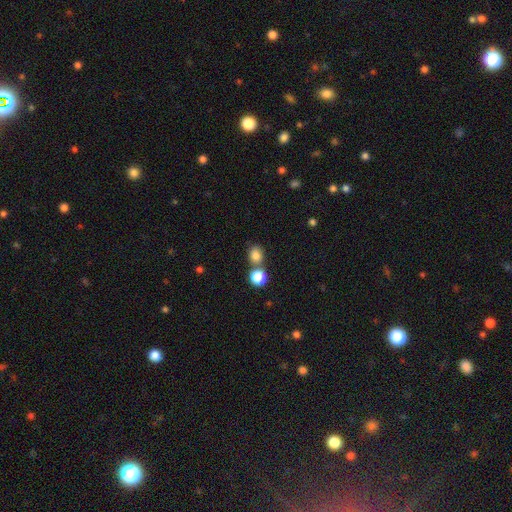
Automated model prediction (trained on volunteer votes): Smooth or featured? smooth (81%)
How rounded? round (69%)
Merging? none (62%)